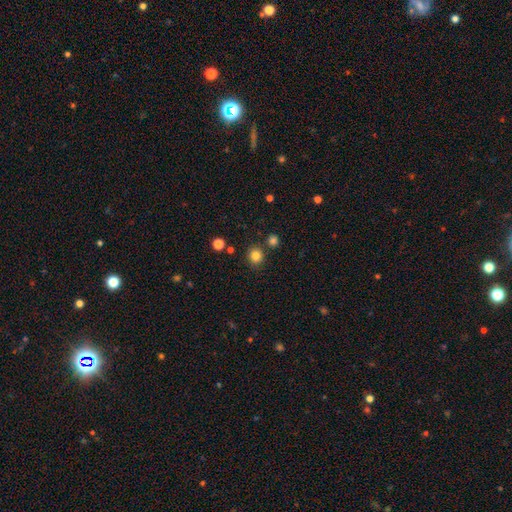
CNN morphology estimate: Smooth or featured?
  - smooth: 82% *
  - star or artifact: 13%
  - featured or disk: 5%
How rounded?
  - round: 87% *
  - in between: 12%
  - cigar-shaped: 1%
Merging?
  - none: 83% *
  - minor disturbance: 8%
  - merger: 6%
  - major disturbance: 3%